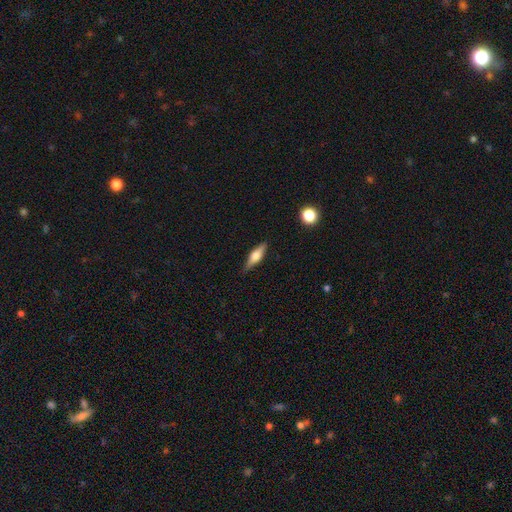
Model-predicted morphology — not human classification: Smooth or featured?
  - featured or disk: 48% *
  - smooth: 45%
  - star or artifact: 7%
Merging?
  - none: 87% *
  - minor disturbance: 10%
  - major disturbance: 2%
  - merger: 1%